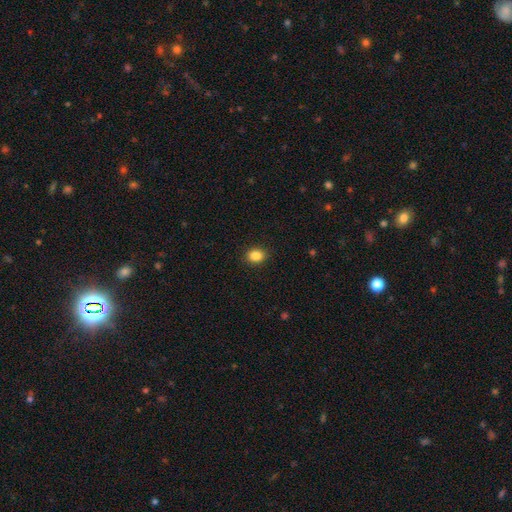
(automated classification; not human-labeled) A smooth galaxy with no disk features (87%) that is in between round and cigar-shaped (51%). Merging: none (88%).